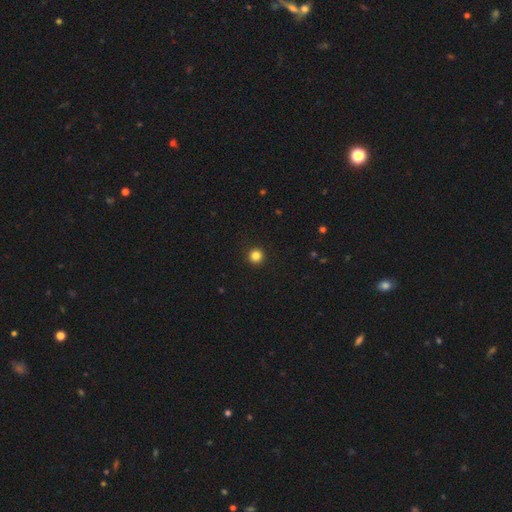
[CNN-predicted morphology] Smooth or featured? Predicted: smooth (p=0.84). How rounded? Predicted: round (p=0.95). Merging? Predicted: none (p=0.93).